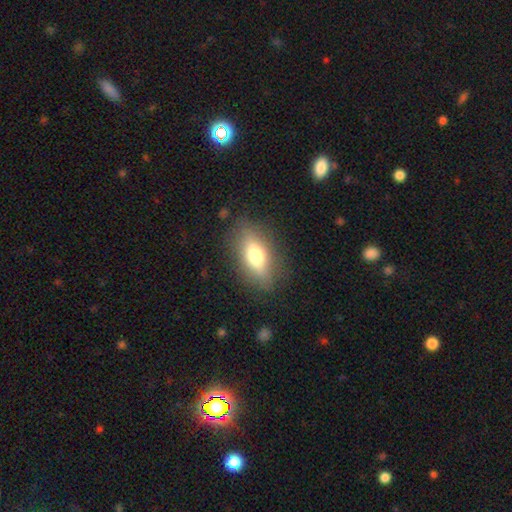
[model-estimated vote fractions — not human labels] This appears to be a smooth galaxy with no disk features (67%) that is in between round and cigar-shaped (78%). Merging: none (82%).